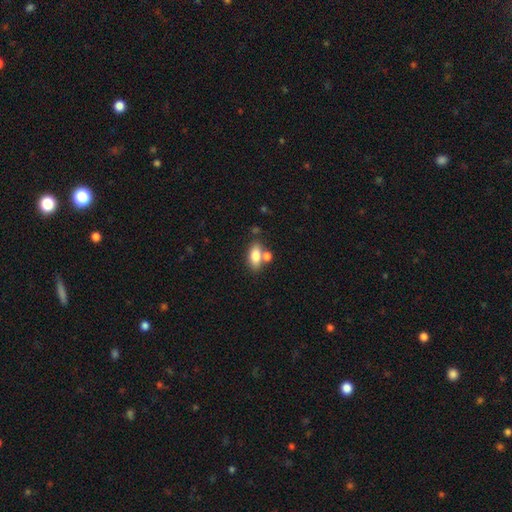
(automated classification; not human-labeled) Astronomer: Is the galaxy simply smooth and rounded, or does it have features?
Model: smooth — 80%.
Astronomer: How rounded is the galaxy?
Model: in between — 85%.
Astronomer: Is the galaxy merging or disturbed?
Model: none — 57%.